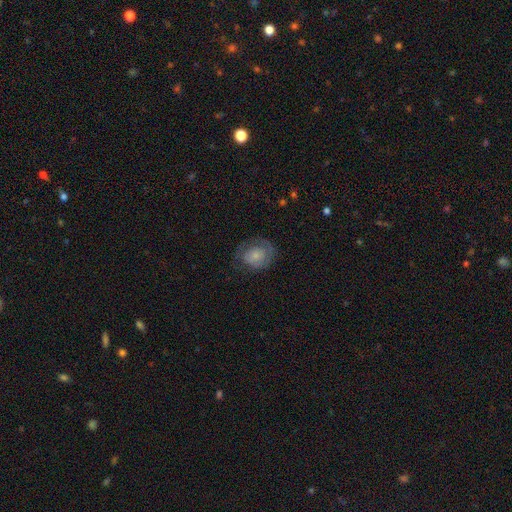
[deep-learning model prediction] smooth-or-featured: smooth: 51% | featured or disk: 41% | star or artifact: 8%
  how-rounded: round: 57% | in between: 42% | cigar-shaped: 1%
  merging: none: 58% | minor disturbance: 23% | major disturbance: 17% | merger: 1%